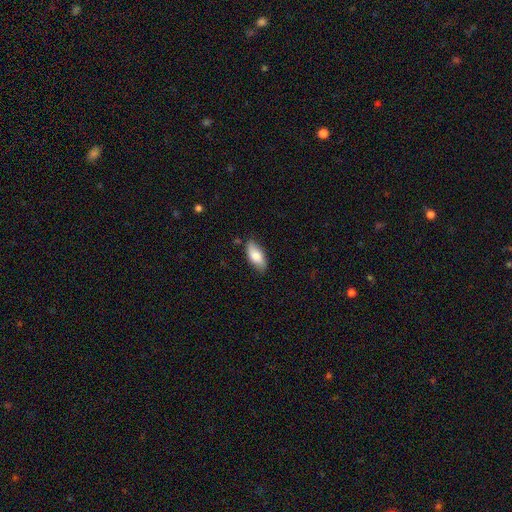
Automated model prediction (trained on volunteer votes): smooth 81%, featured or disk 13%, star or artifact 6%. Down the decision tree: how rounded — in between (87%); merging — none (81%).